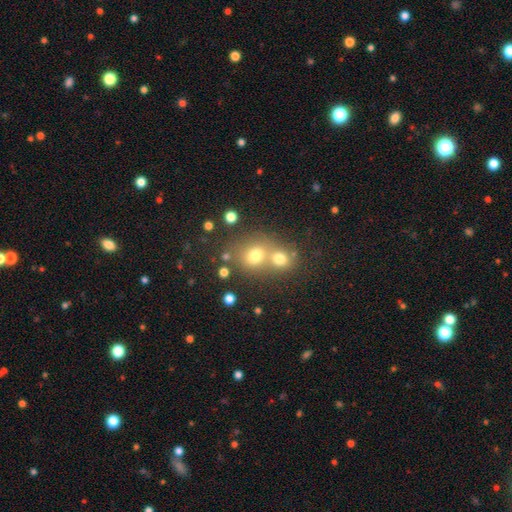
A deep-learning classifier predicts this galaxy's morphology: Smooth or featured? Predicted: smooth (p=0.69). How rounded? Predicted: round (p=0.71). Merging? Predicted: merger (p=0.50).